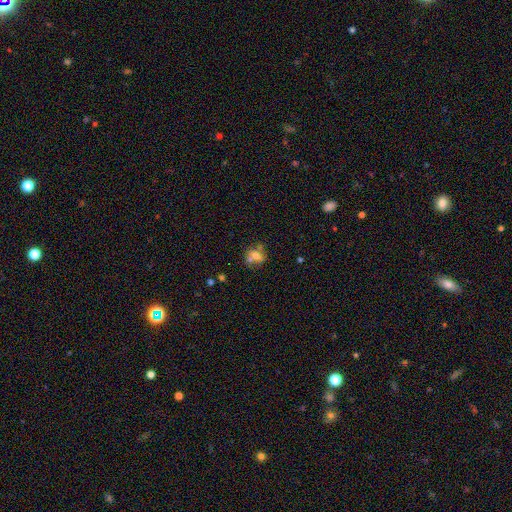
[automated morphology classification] This appears to be a smooth galaxy with no disk features (59%) that is round (65%). Merging: none (49%).